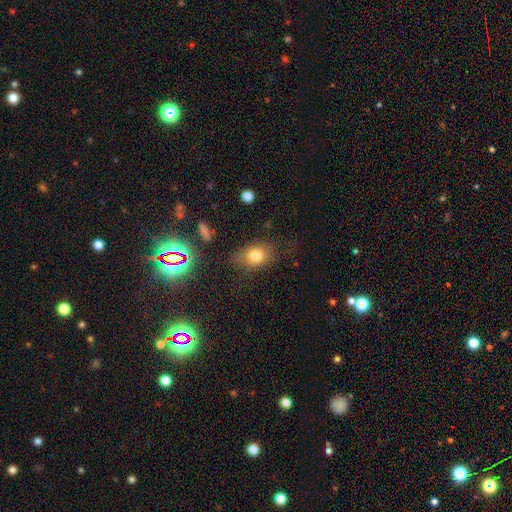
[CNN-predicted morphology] This is likely a smooth galaxy (77%). How rounded: likely in between (64%). Merging: likely none (67%).